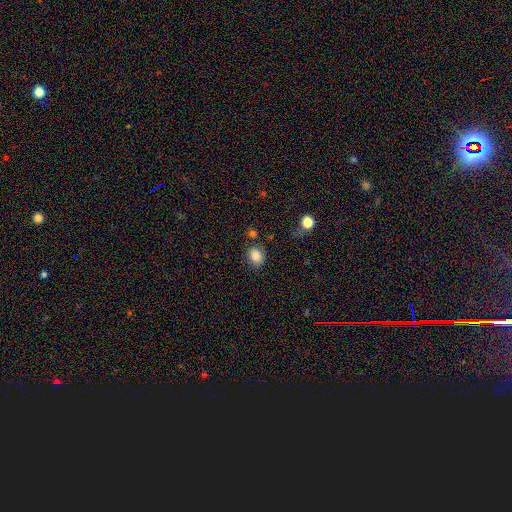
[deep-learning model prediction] Smooth or featured: smooth — 84% (star or artifact — 10%)
How rounded: round — 57% (in between — 42%)
Merging: none — 78% (minor disturbance — 13%)